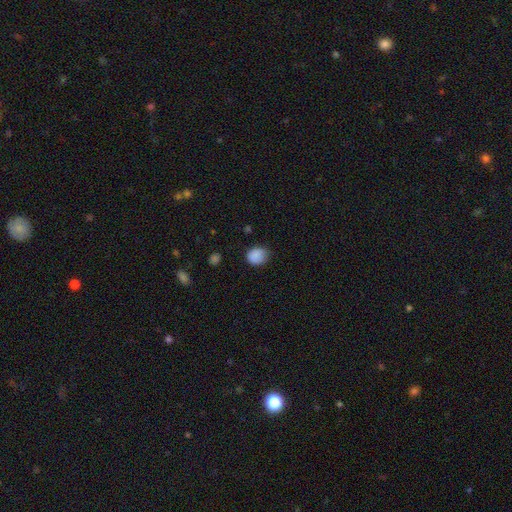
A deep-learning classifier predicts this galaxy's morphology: The model was most divided on "how rounded": round: 65%, in between: 34%, cigar-shaped: 1%. More confident: smooth or featured — smooth (87%); merging — none (73%).